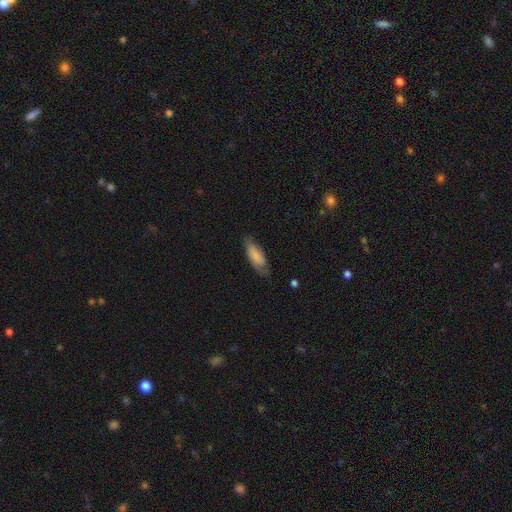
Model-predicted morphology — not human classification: A smooth galaxy with no disk features (78%) that is in between round and cigar-shaped (66%). Merging: none (72%).